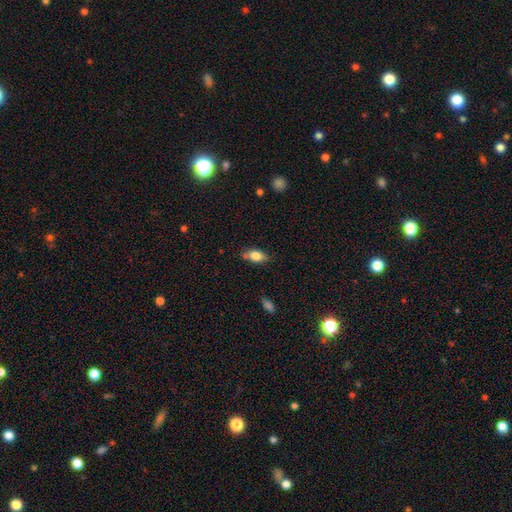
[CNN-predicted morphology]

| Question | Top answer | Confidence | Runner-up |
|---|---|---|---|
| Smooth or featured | smooth | 79% | featured or disk (14%) |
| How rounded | in between | 86% | cigar-shaped (8%) |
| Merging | none | 74% | minor disturbance (19%) |